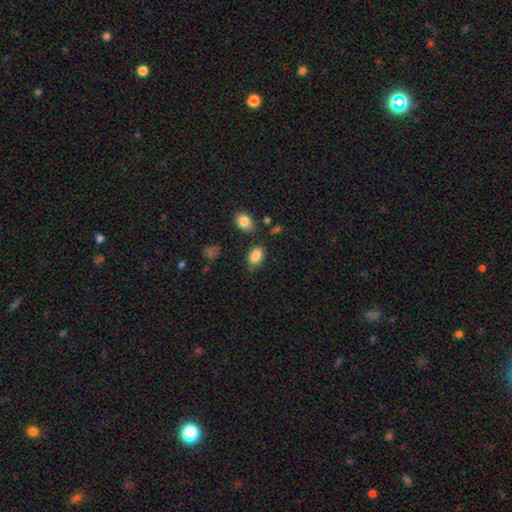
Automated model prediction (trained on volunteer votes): This is clearly a smooth galaxy (87%). How rounded: clearly in between (85%). Merging: likely none (74%).